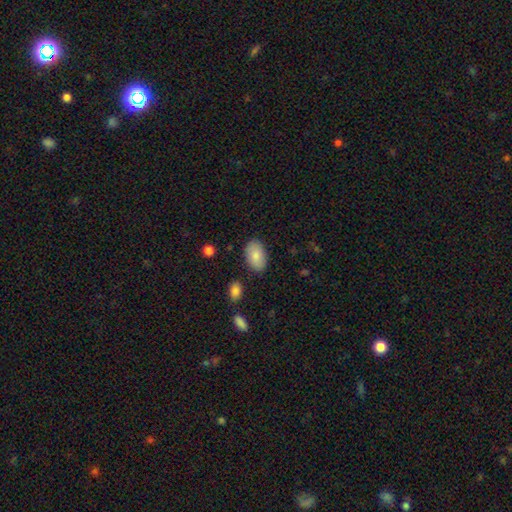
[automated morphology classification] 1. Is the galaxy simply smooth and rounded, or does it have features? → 85% smooth, 9% featured or disk, 6% star or artifact.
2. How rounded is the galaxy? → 93% in between, 6% round, 1% cigar-shaped.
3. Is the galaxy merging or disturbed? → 85% none, 11% minor disturbance, 3% major disturbance, 2% merger.